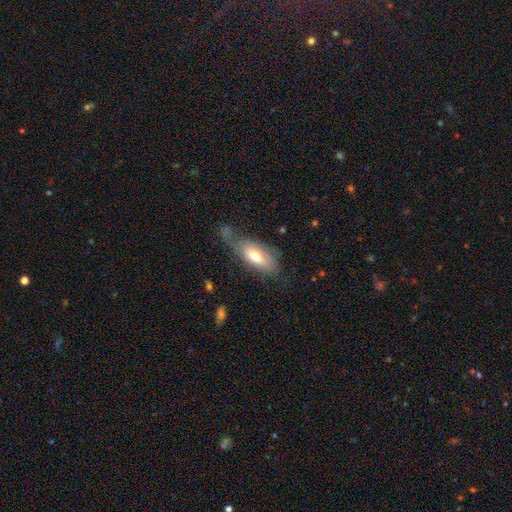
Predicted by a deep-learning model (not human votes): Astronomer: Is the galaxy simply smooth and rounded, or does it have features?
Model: smooth — 61%.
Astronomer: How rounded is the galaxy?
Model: in between — 80%.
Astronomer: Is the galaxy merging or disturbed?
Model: none — 40% (runner-up: minor disturbance, 30%).